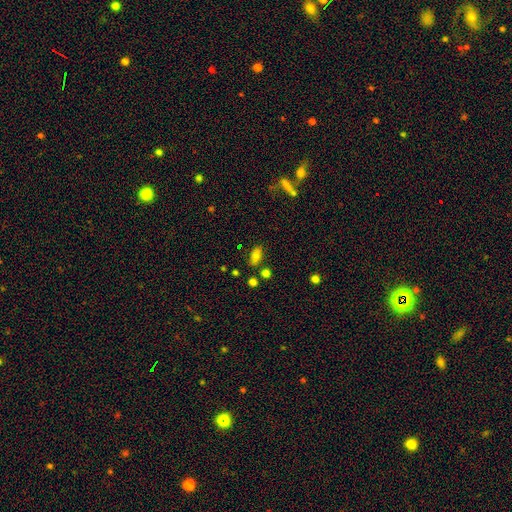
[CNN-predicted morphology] Smooth or featured? Predicted: smooth (p=0.78). How rounded? Predicted: in between (p=0.86). Merging? Predicted: none (p=0.77).